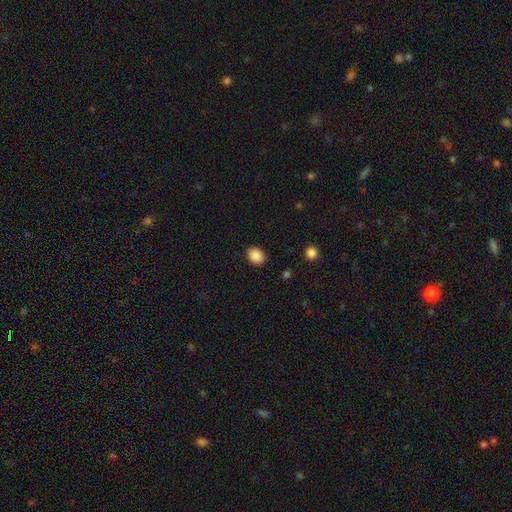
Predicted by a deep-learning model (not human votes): Overall: smooth (87%). How rounded: in between (51%; round 48%). Merging: none (90%).